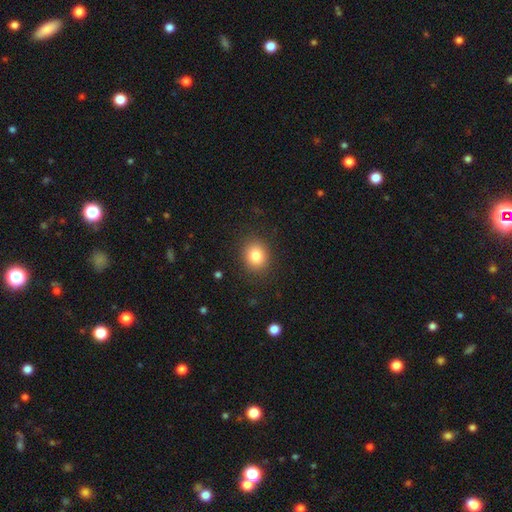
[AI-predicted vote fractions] Smooth or featured?
  - smooth: 83% *
  - star or artifact: 10%
  - featured or disk: 7%
How rounded?
  - round: 64% *
  - in between: 35%
  - cigar-shaped: 1%
Merging?
  - none: 88% *
  - minor disturbance: 8%
  - major disturbance: 3%
  - merger: 1%